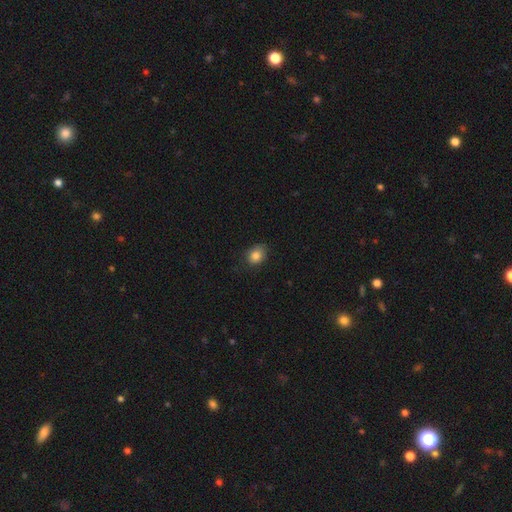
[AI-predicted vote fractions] A smooth galaxy with no disk features (84%) that is in between round and cigar-shaped (50%).

Vote fractions:
- Smooth or featured? smooth: 84% / star or artifact: 10% / featured or disk: 7%
- How rounded? in between: 50% / round: 49% / cigar-shaped: 1%
- Merging? none: 73% / minor disturbance: 22% / major disturbance: 4% / merger: 1%